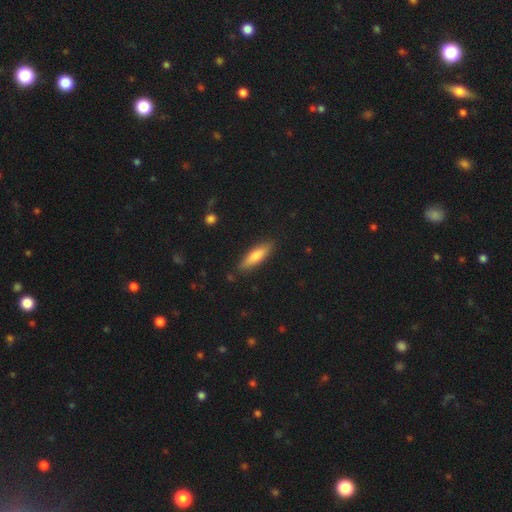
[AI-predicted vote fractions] A smooth galaxy with no disk features (71%) that is cigar-shaped (64%).

Vote fractions:
- Smooth or featured? smooth: 71% / featured or disk: 22% / star or artifact: 6%
- How rounded? cigar-shaped: 64% / in between: 34% / round: 2%
- Merging? none: 86% / minor disturbance: 10% / major disturbance: 2% / merger: 1%